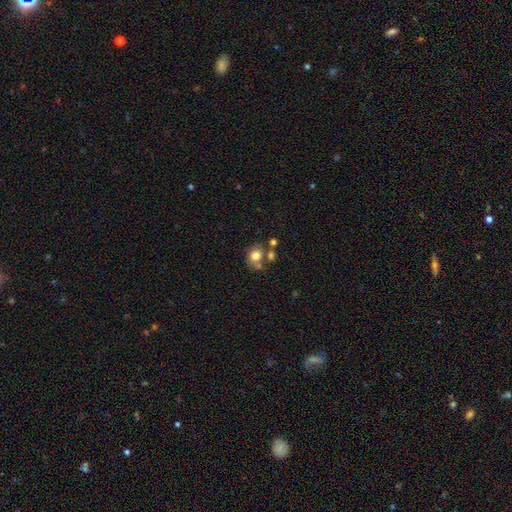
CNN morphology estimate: Q: Smooth or featured?
A: smooth (76%); runner-up: featured or disk (13%)
Q: How rounded?
A: round (61%); runner-up: in between (38%)
Q: Merging?
A: none (51%); runner-up: merger (25%)